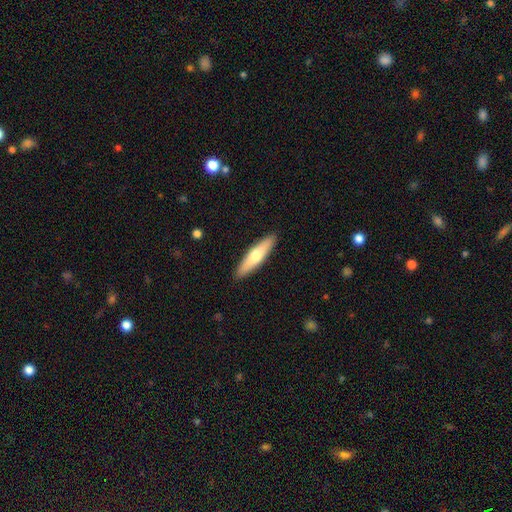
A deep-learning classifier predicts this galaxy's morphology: smooth-or-featured: smooth: 62% | featured or disk: 33% | star or artifact: 5%
  how-rounded: cigar-shaped: 79% | in between: 20% | round: 1%
  merging: none: 91% | minor disturbance: 7% | major disturbance: 1% | merger: 1%